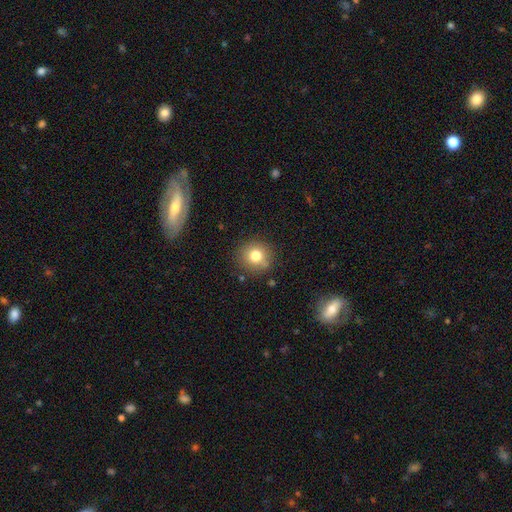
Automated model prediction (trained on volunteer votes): Morphology: type=smooth (77%); roundness=round (90%); merging=none (83%).